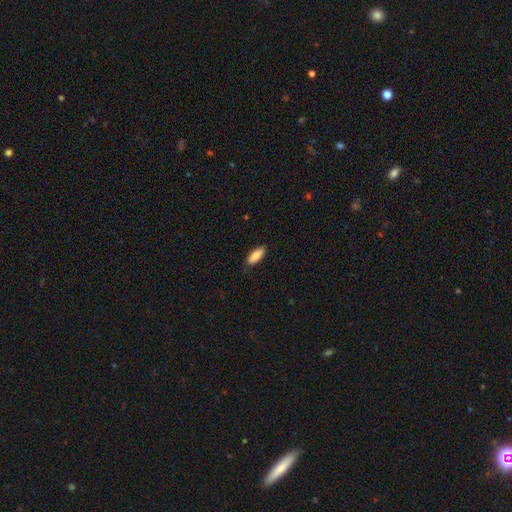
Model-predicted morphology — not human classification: smooth-or-featured: smooth: 86% | featured or disk: 8% | star or artifact: 6%
  how-rounded: in between: 70% | cigar-shaped: 29% | round: 2%
  merging: none: 84% | minor disturbance: 12% | major disturbance: 2% | merger: 1%